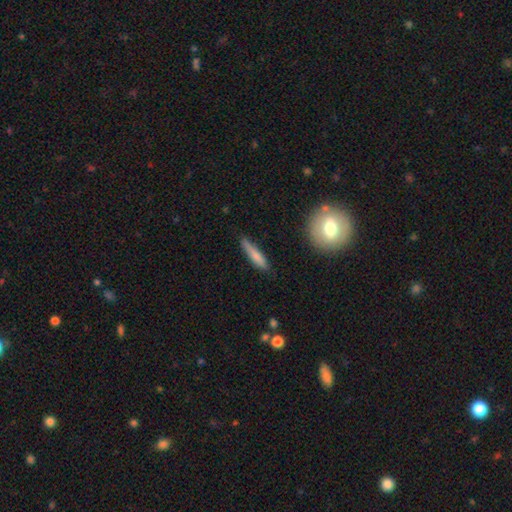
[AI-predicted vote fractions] Q: Smooth or featured?
A: smooth (74%); runner-up: featured or disk (19%)
Q: How rounded?
A: cigar-shaped (86%); runner-up: in between (12%)
Q: Merging?
A: none (78%); runner-up: minor disturbance (17%)